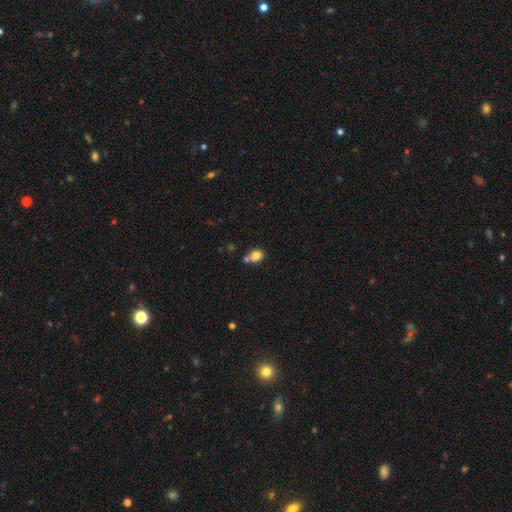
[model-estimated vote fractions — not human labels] A smooth galaxy with no disk features (79%) that is round (60%). Merging: none (47%).